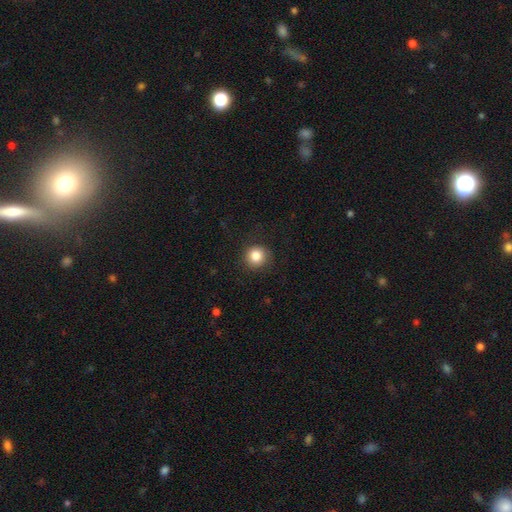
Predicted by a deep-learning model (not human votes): This appears to be a smooth galaxy with no disk features (85%) that is round (93%). Merging: none (87%).